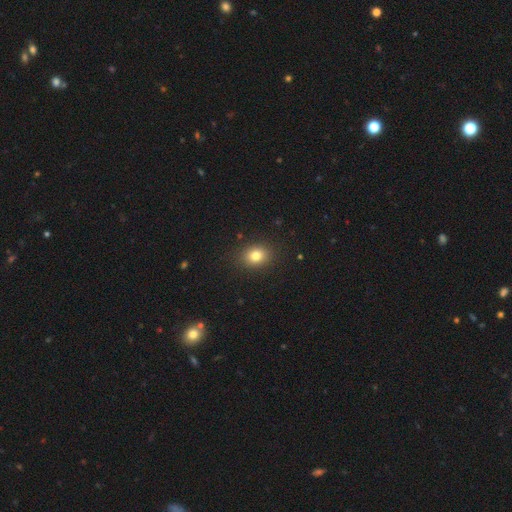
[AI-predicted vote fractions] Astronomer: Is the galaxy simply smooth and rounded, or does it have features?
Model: smooth — 80%.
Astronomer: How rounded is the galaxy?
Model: round — 53% (runner-up: in between, 46%).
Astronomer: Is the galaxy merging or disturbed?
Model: none — 89%.